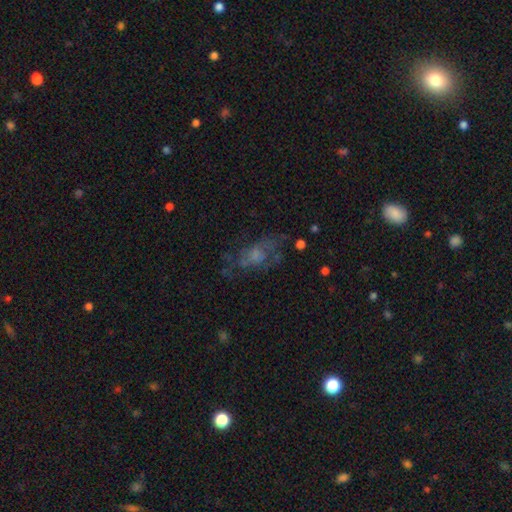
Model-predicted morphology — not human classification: A featured or disk galaxy (51%). Merging: none (65%).